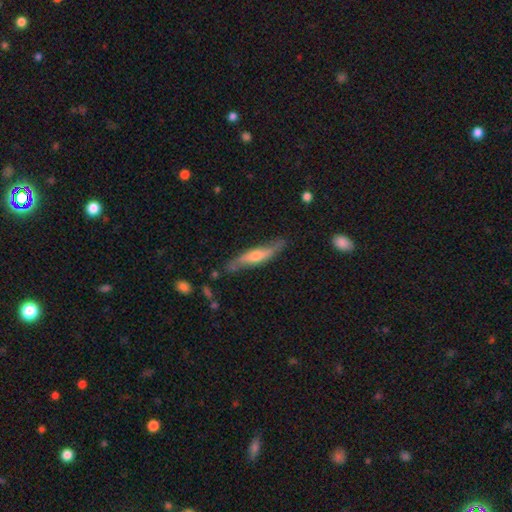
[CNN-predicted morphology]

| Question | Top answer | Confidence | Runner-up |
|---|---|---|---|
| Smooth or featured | featured or disk | 65% | smooth (29%) |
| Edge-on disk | yes | 64% | no (36%) |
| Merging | none | 74% | minor disturbance (19%) |